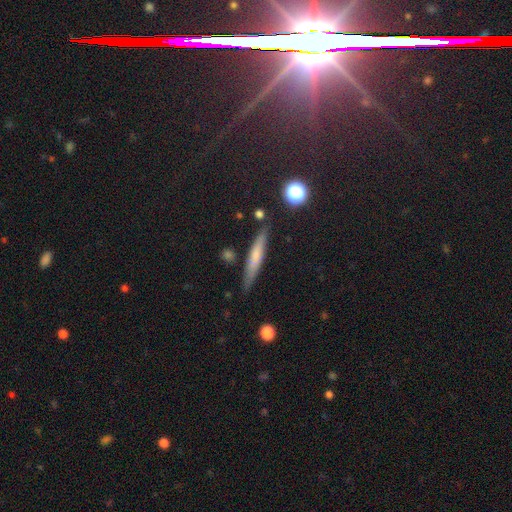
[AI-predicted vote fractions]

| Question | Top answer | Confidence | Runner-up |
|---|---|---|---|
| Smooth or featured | smooth | 56% | featured or disk (35%) |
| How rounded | cigar-shaped | 91% | in between (6%) |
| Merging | none | 84% | minor disturbance (11%) |